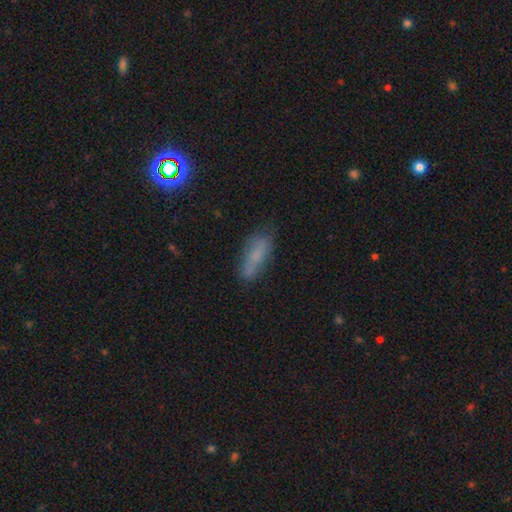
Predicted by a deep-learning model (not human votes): smooth 67%, featured or disk 21%, star or artifact 12%. Down the decision tree: how rounded — in between (52%); merging — none (64%).